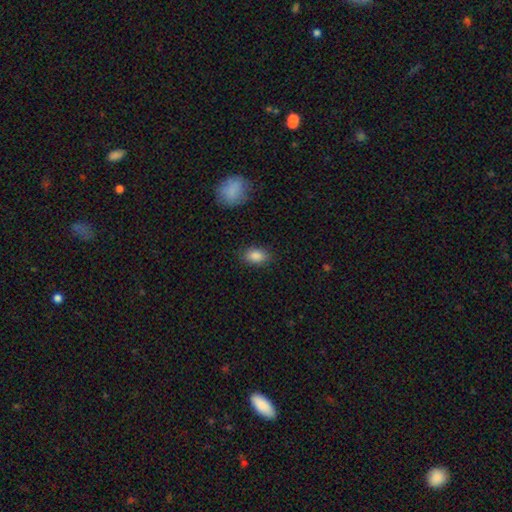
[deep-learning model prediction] A smooth galaxy with no disk features (87%) that is in between round and cigar-shaped (85%). Merging: none (84%).